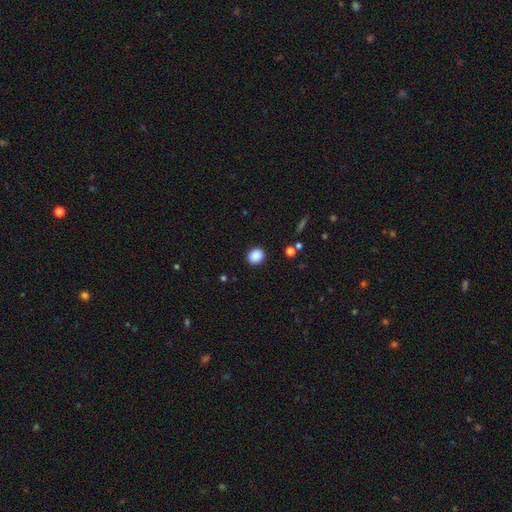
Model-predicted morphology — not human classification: Smooth or featured: smooth — 88% (star or artifact — 9%)
How rounded: round — 76% (in between — 23%)
Merging: none — 91% (minor disturbance — 6%)